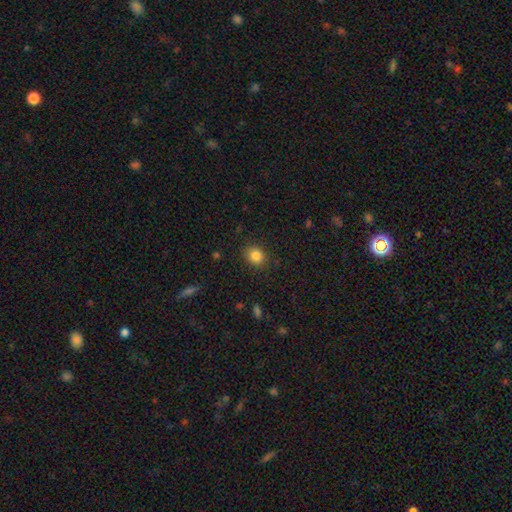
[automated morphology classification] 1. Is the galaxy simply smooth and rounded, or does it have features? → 85% smooth, 11% star or artifact, 4% featured or disk.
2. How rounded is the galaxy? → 74% round, 25% in between, 1% cigar-shaped.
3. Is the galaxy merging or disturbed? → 87% none, 9% minor disturbance, 3% major disturbance, 1% merger.